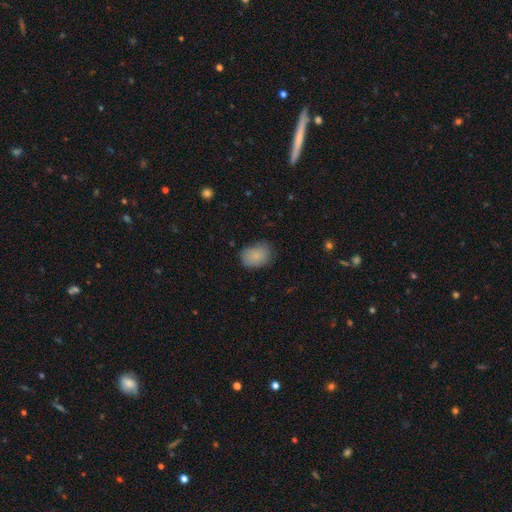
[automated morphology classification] smooth 85%, star or artifact 8%, featured or disk 7%. Down the decision tree: how rounded — in between (72%); merging — none (71%).